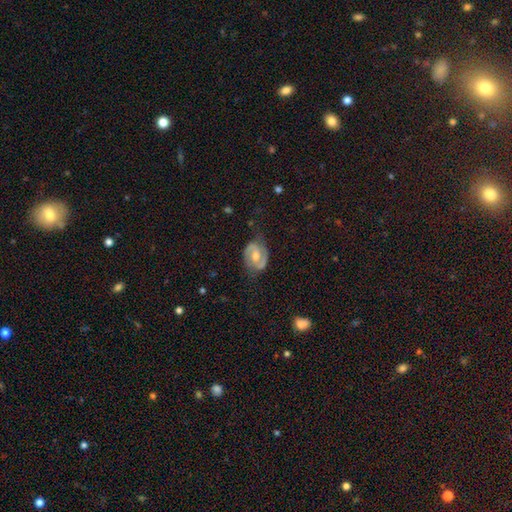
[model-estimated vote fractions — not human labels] Smooth or featured: featured or disk — 72% (smooth — 21%)
Edge-on disk: no — 97% (yes — 3%)
Bar: no — 46% (weak — 40%)
Spiral arms: yes — 83% (no — 17%)
Spiral winding: medium — 46% (tight — 36%)
Spiral arm count: 2 — 85% (can't tell — 9%)
Bulge size: moderate — 72% (small — 19%)
Merging: none — 71% (minor disturbance — 20%)